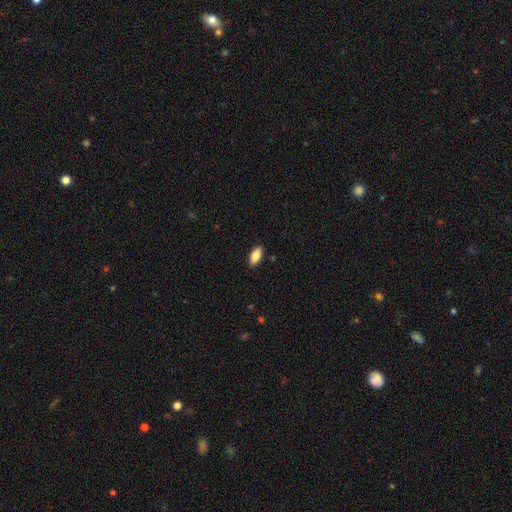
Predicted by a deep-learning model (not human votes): A smooth galaxy with no disk features (84%) that is in between round and cigar-shaped (89%).

Vote fractions:
- Smooth or featured? smooth: 84% / featured or disk: 9% / star or artifact: 7%
- How rounded? in between: 89% / cigar-shaped: 9% / round: 2%
- Merging? none: 88% / minor disturbance: 9% / major disturbance: 2% / merger: 1%